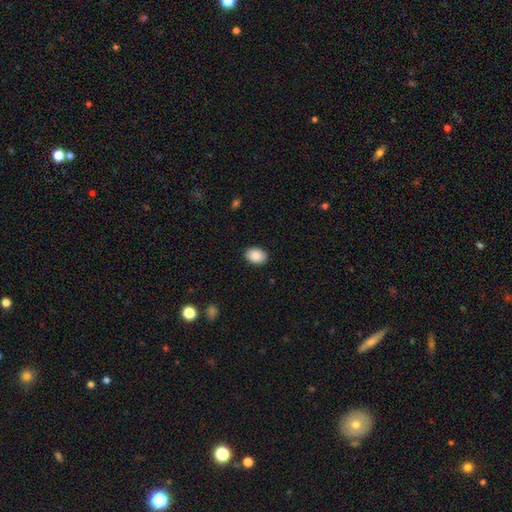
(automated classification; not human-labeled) This appears to be a smooth galaxy with no disk features (87%) that is in between round and cigar-shaped (81%). Merging: none (90%).